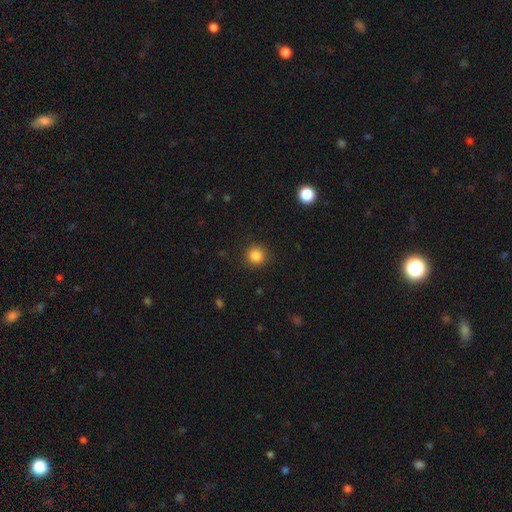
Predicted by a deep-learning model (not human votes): smooth 86%, star or artifact 11%, featured or disk 3%. Down the decision tree: how rounded — round (92%); merging — none (90%).